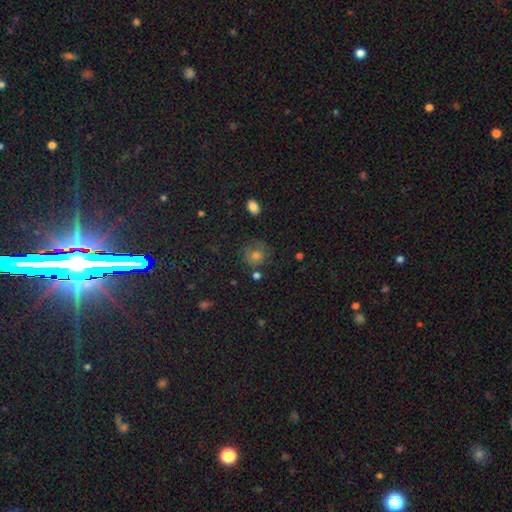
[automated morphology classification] Smooth or featured? Predicted: smooth (p=0.60). How rounded? Predicted: round (p=0.85). Merging? Predicted: none (p=0.68).